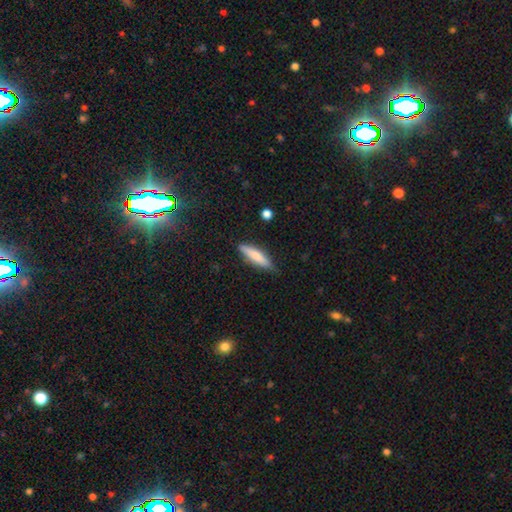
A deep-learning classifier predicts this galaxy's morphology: This is likely a smooth galaxy (74%). How rounded: likely cigar-shaped (77%). Merging: clearly none (82%).